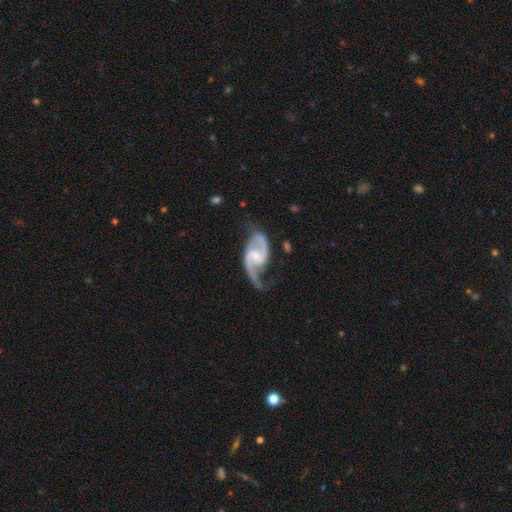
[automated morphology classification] Overall: featured or disk (91%). Edge-on disk: no (98%). Bar: weak (50%; no 34%). Spiral arms: yes (97%). Spiral arm count: 2 (90%). Spiral winding: medium (49%; loose 39%). Bulge size: small (55%; moderate 38%). Merging: none (55%; minor disturbance 25%).